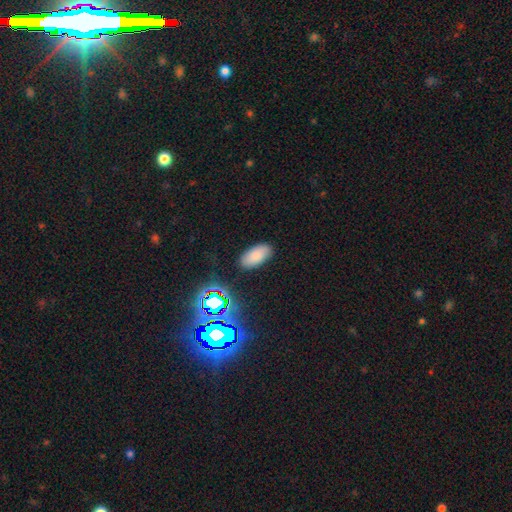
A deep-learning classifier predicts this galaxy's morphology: Overall: smooth (80%). How rounded: in between (94%). Merging: none (86%).